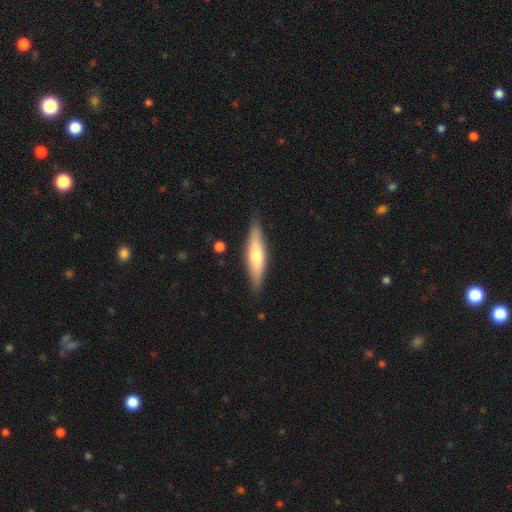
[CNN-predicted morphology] Smooth or featured?
  - smooth: 48% *
  - featured or disk: 46%
  - star or artifact: 6%
Merging?
  - none: 86% *
  - minor disturbance: 10%
  - major disturbance: 2%
  - merger: 1%